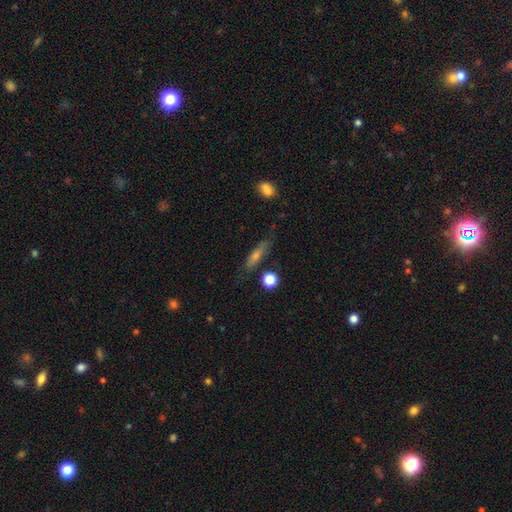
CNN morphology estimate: The model was most divided on "smooth or featured": smooth: 47%, featured or disk: 41%, star or artifact: 12%. More confident: merging — none (76%).